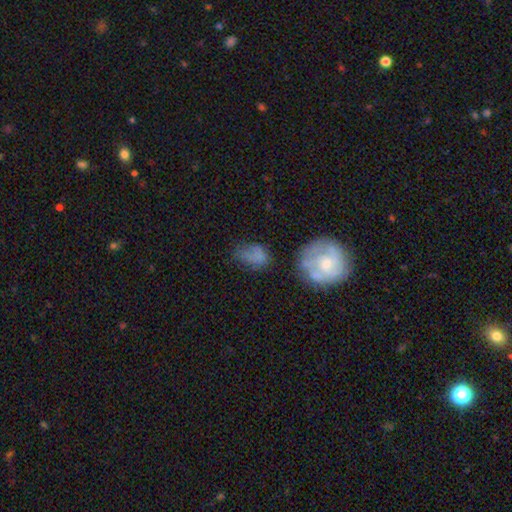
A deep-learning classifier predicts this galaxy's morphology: Overall: smooth (63%; featured or disk 26%). How rounded: in between (72%). Merging: none (40%; minor disturbance 29%).